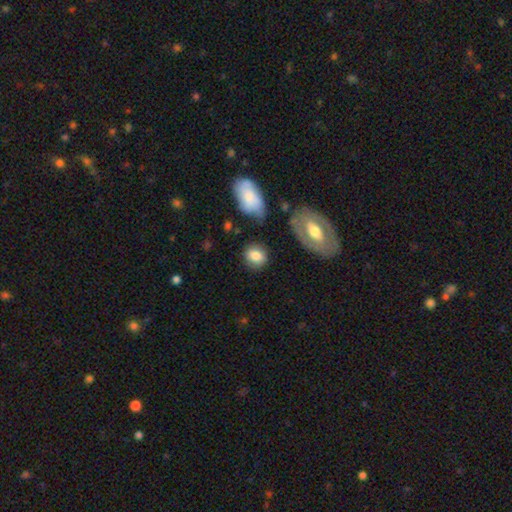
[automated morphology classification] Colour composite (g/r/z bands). It shows a smooth galaxy with no disk features (81%) that is round (66%). Merging: none (77%).